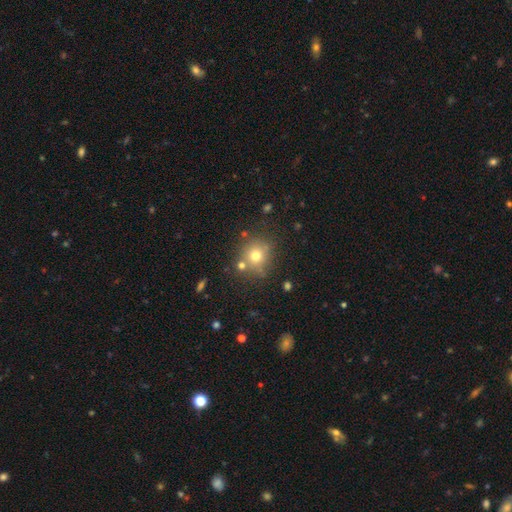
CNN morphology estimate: Q: Smooth or featured?
A: smooth (72%); runner-up: star or artifact (16%)
Q: How rounded?
A: round (88%); runner-up: in between (11%)
Q: Merging?
A: none (72%); runner-up: merger (12%)